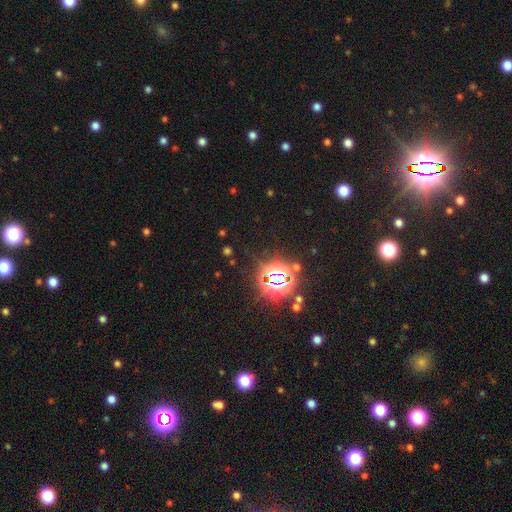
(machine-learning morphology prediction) smooth_or_featured: star or artifact (p=0.84) [alt: smooth p=0.10]